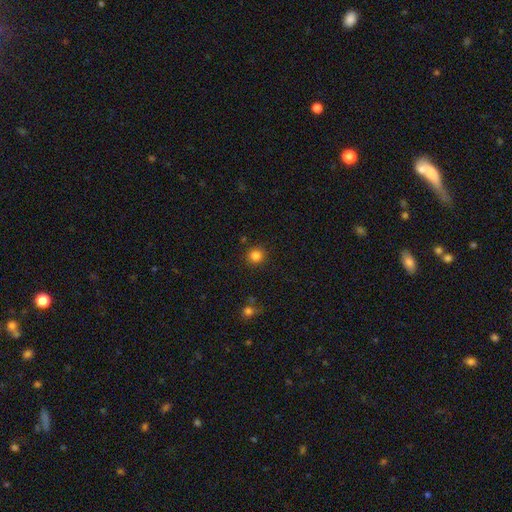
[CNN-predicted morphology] Smooth or featured: smooth — 83% (star or artifact — 13%)
How rounded: round — 93% (in between — 6%)
Merging: none — 90% (minor disturbance — 6%)